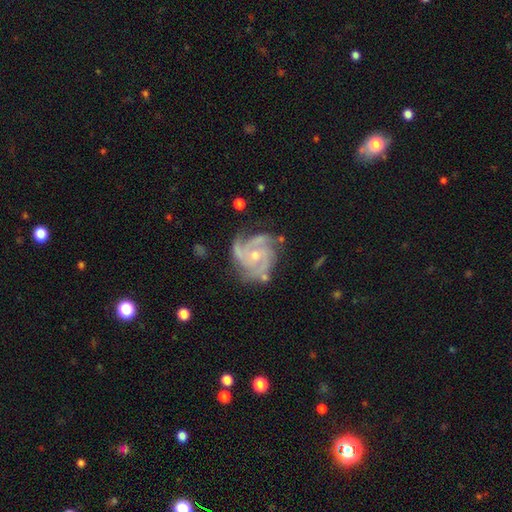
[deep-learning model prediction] featured or disk 91%, star or artifact 5%, smooth 4%. Down the decision tree: edge-on disk — no (98%); bar — no (69%); spiral arms — yes (98%); spiral arm count — 3 (56%); spiral winding — tight (58%); bulge size — small (54%); merging — none (70%).